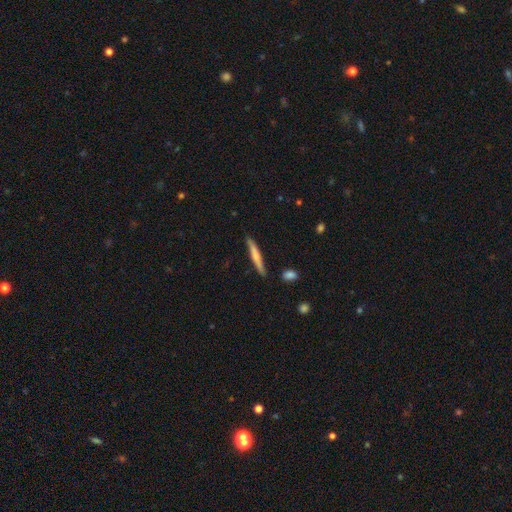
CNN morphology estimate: The model was most divided on "smooth or featured": smooth: 60%, featured or disk: 35%, star or artifact: 5%. More confident: how rounded — cigar-shaped (94%); merging — none (84%).